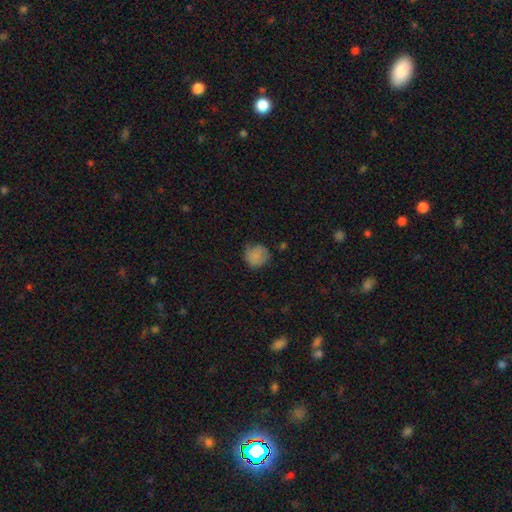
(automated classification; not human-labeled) The model was most divided on "merging": none: 64%, minor disturbance: 28%, major disturbance: 7%, merger: 2%. More confident: how rounded — round (85%); smooth or featured — smooth (81%).